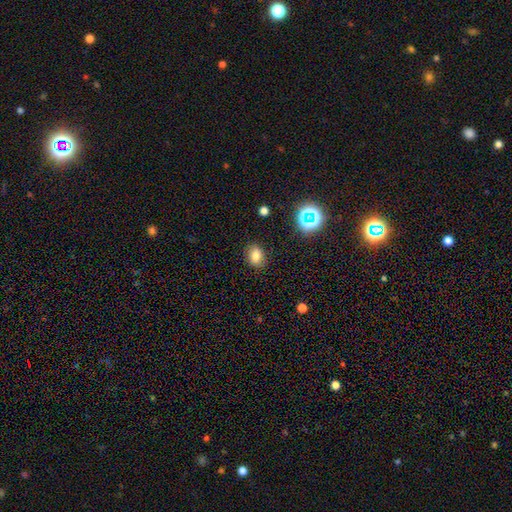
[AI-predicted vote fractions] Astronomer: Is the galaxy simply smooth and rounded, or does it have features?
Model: smooth — 76%.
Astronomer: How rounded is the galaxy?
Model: in between — 58% (runner-up: round, 41%).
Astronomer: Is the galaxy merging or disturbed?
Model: none — 85%.